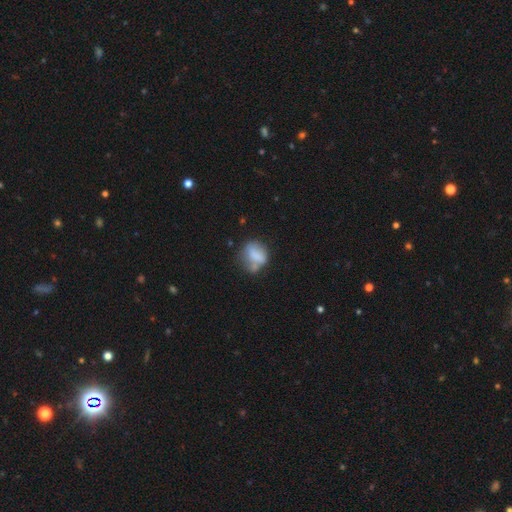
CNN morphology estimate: Smooth or featured? smooth (67%)
How rounded? in between (53%)
Merging? none (39%)